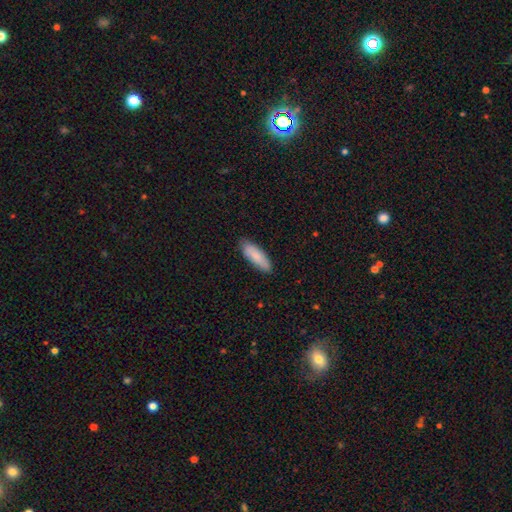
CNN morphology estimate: Smooth or featured? Predicted: smooth (p=0.83). How rounded? Predicted: in between (p=0.55). Merging? Predicted: none (p=0.86).